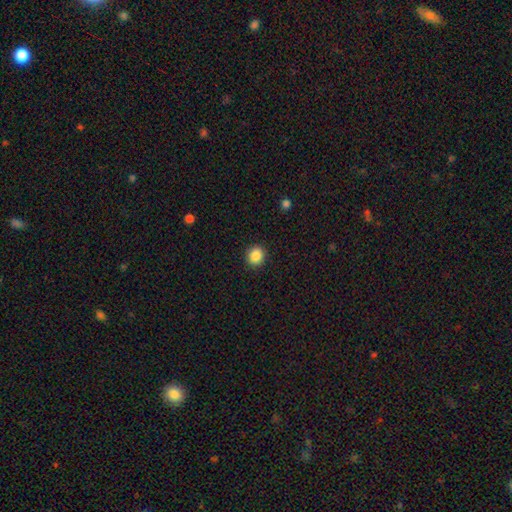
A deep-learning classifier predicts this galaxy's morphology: smooth-or-featured: smooth: 87% | star or artifact: 10% | featured or disk: 3%
  how-rounded: round: 80% | in between: 19% | cigar-shaped: 1%
  merging: none: 91% | minor disturbance: 6% | major disturbance: 2% | merger: 1%